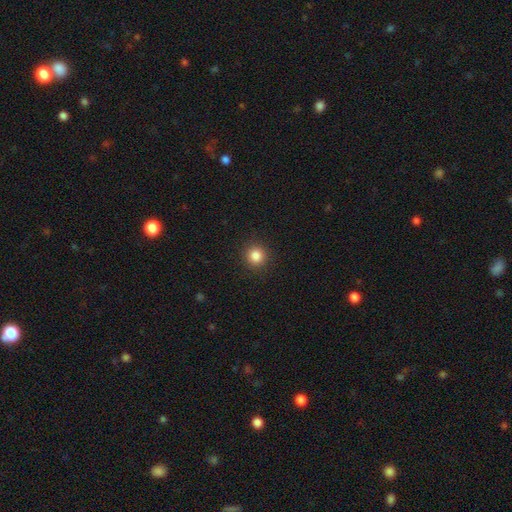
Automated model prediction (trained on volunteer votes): This appears to be a smooth galaxy with no disk features (84%) that is round (93%). Merging: none (92%).